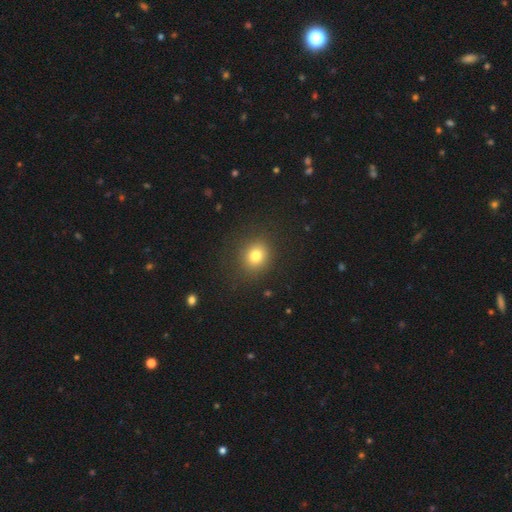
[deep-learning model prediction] Q: Smooth or featured?
A: smooth (79%); runner-up: star or artifact (14%)
Q: How rounded?
A: round (75%); runner-up: in between (24%)
Q: Merging?
A: none (87%); runner-up: minor disturbance (8%)